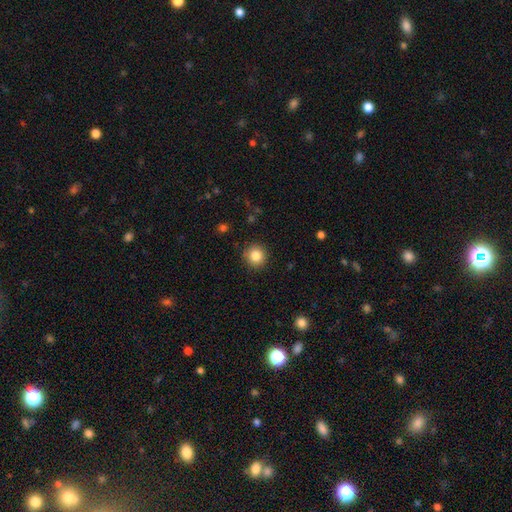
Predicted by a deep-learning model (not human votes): Smooth or featured? smooth (84%)
How rounded? round (93%)
Merging? none (90%)